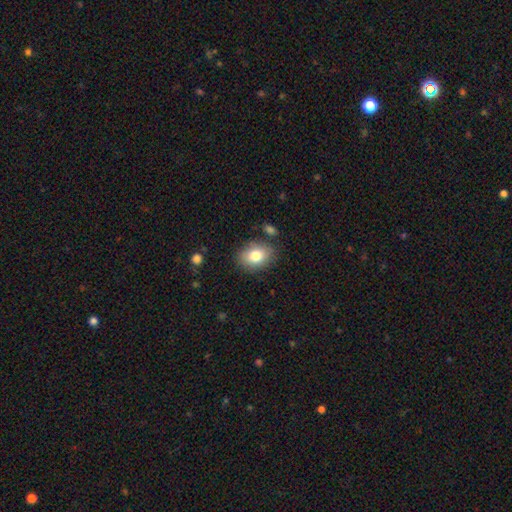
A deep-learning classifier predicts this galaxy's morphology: smooth 81%, featured or disk 11%, star or artifact 8%. Down the decision tree: how rounded — in between (74%); merging — none (81%).